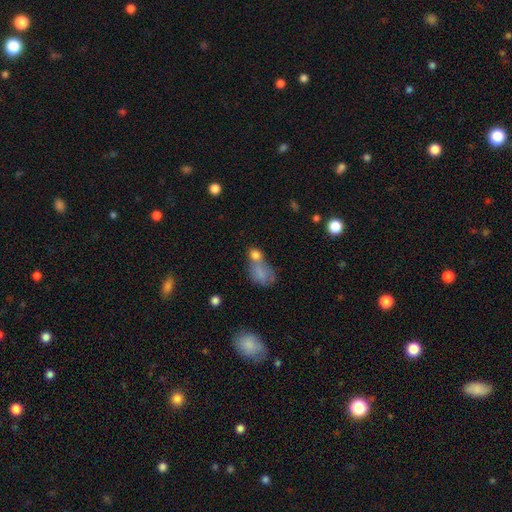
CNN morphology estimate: type=smooth (76%); roundness=in between (55%); merging=merger (55%).